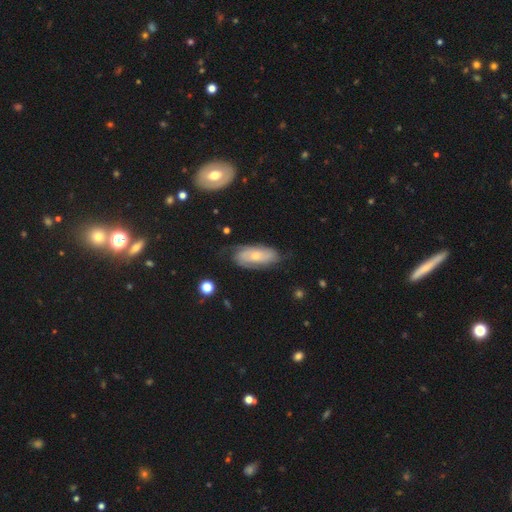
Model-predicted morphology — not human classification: Smooth or featured: featured or disk — 59% (smooth — 34%)
Edge-on disk: no — 88% (yes — 12%)
Bar: no — 74% (weak — 21%)
Spiral arms: yes — 81% (no — 19%)
Bulge size: small — 52% (moderate — 44%)
Merging: none — 63% (minor disturbance — 26%)